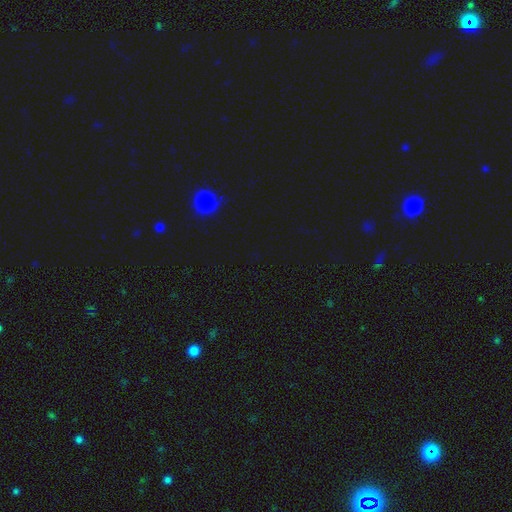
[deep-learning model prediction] This is likely a star or artifact rather than a galaxy (72%).